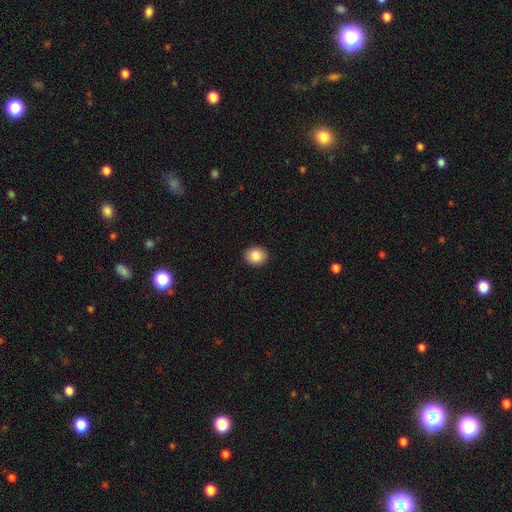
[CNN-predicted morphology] Smooth or featured? Predicted: smooth (p=0.86). How rounded? Predicted: round (p=0.61). Merging? Predicted: none (p=0.91).